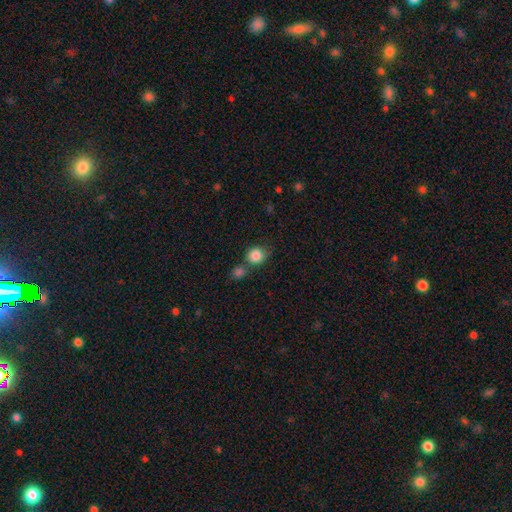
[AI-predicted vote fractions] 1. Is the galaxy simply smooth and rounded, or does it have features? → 85% smooth, 10% star or artifact, 5% featured or disk.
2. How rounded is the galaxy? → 85% round, 14% in between, 1% cigar-shaped.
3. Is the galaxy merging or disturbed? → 60% none, 24% merger, 12% minor disturbance, 4% major disturbance.